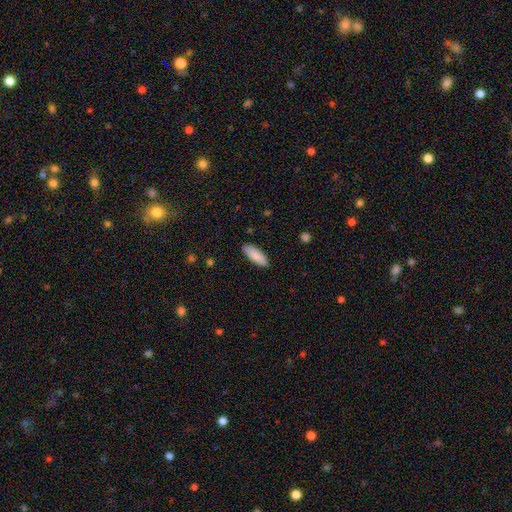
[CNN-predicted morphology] Smooth or featured? Predicted: smooth (p=0.89). How rounded? Predicted: in between (p=0.62). Merging? Predicted: none (p=0.88).